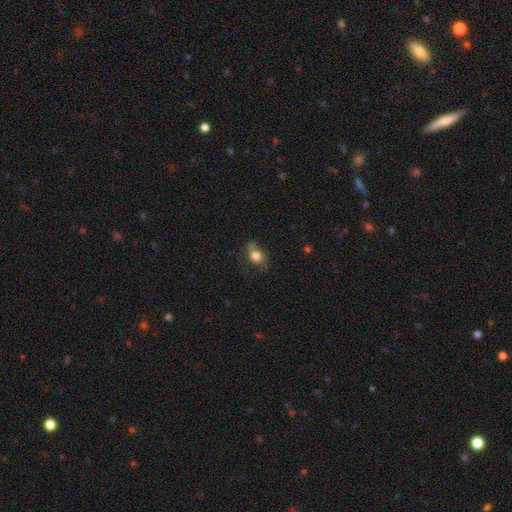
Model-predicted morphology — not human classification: smooth-or-featured: smooth: 72% | featured or disk: 18% | star or artifact: 10%
  how-rounded: in between: 61% | round: 34% | cigar-shaped: 5%
  merging: none: 55% | minor disturbance: 29% | major disturbance: 11% | merger: 5%